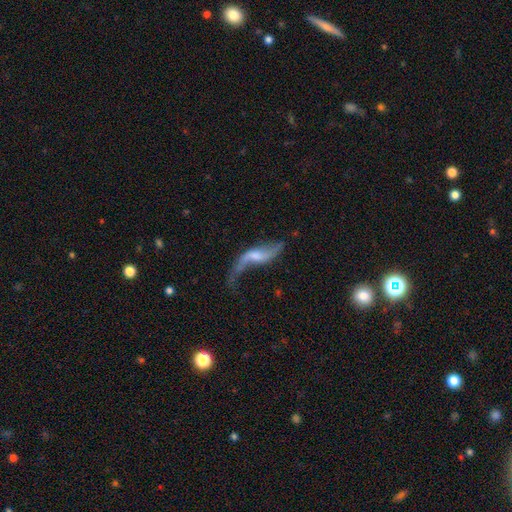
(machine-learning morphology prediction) Smooth or featured? Predicted: featured or disk (p=0.84). Edge-on disk? Predicted: no (p=0.88). Bar? Predicted: no (p=0.43). Spiral arms? Predicted: yes (p=0.93). Spiral winding? Predicted: loose (p=0.94). Spiral arm count? Predicted: 2 (p=0.89). Bulge size? Predicted: small (p=0.39). Merging? Predicted: none (p=0.50).